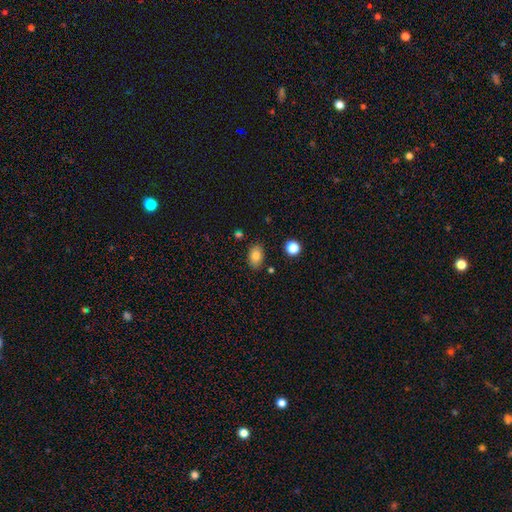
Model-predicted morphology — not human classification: smooth_or_featured: smooth (p=0.81) [alt: star or artifact p=0.10]
how_rounded: in between (p=0.81) [alt: round p=0.18]
merging: none (p=0.82) [alt: minor disturbance p=0.12]